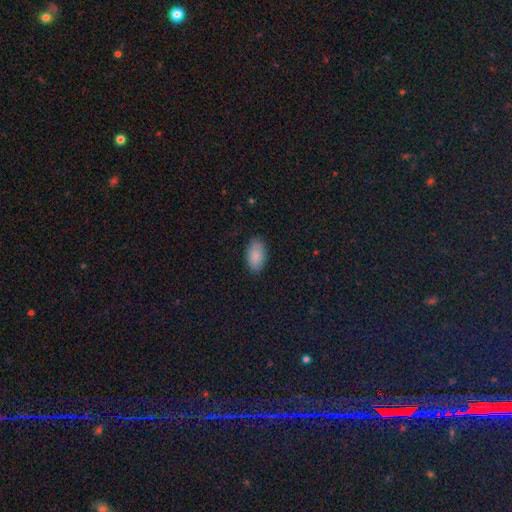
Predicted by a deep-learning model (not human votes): This is clearly a smooth galaxy (88%). How rounded: clearly in between (95%). Merging: clearly none (87%).